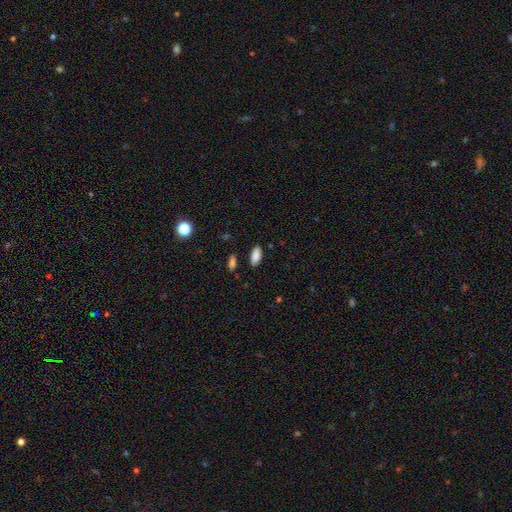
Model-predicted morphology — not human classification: Smooth or featured?
  - smooth: 87% *
  - star or artifact: 8%
  - featured or disk: 5%
How rounded?
  - in between: 86% *
  - cigar-shaped: 12%
  - round: 2%
Merging?
  - none: 86% *
  - minor disturbance: 10%
  - merger: 2%
  - major disturbance: 2%